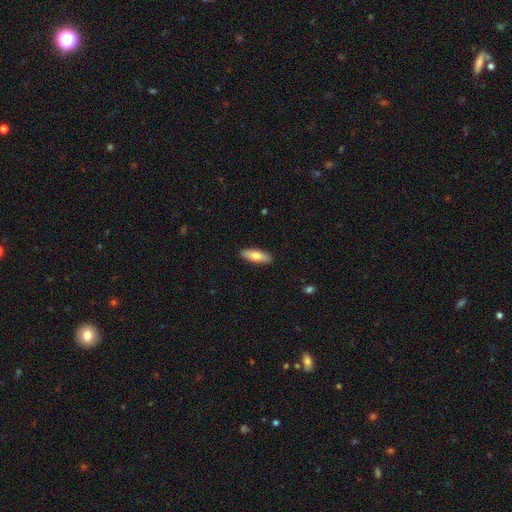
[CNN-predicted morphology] The model was most divided on "how rounded": in between: 55%, cigar-shaped: 42%, round: 2%. More confident: merging — none (90%); smooth or featured — smooth (75%).